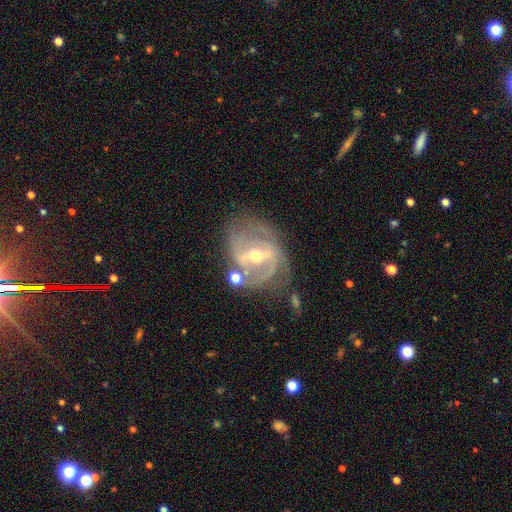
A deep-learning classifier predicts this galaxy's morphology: Smooth or featured? Predicted: featured or disk (p=0.88). Edge-on disk? Predicted: no (p=0.96). Bar? Predicted: strong (p=0.57). Spiral arms? Predicted: yes (p=0.92). Spiral winding? Predicted: tight (p=0.45). Spiral arm count? Predicted: 2 (p=0.47). Bulge size? Predicted: moderate (p=0.56). Merging? Predicted: none (p=0.63).